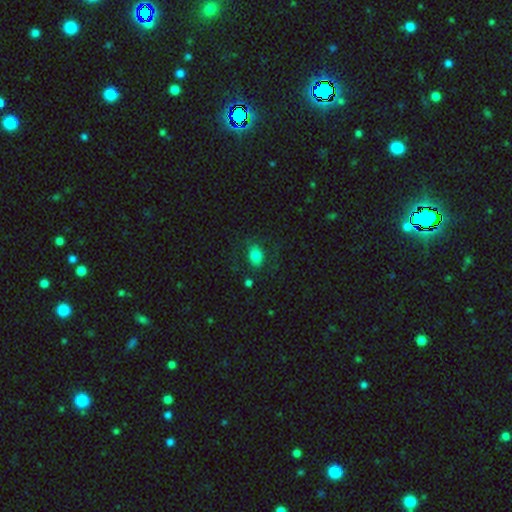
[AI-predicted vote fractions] Smooth or featured? Predicted: smooth (p=0.78). How rounded? Predicted: in between (p=0.74). Merging? Predicted: none (p=0.73).